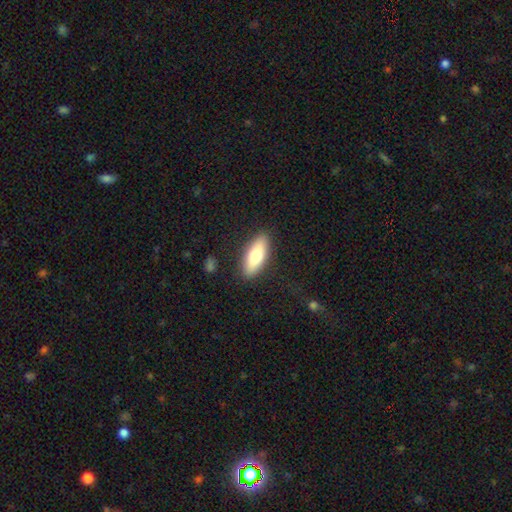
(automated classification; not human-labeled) This appears to be a smooth galaxy with no disk features (73%) that is in between round and cigar-shaped (66%). Merging: none (88%).